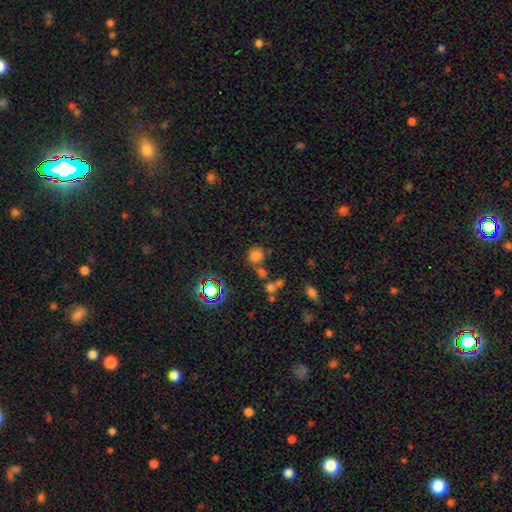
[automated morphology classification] Overall: smooth (70%). How rounded: round (87%). Merging: none (63%).